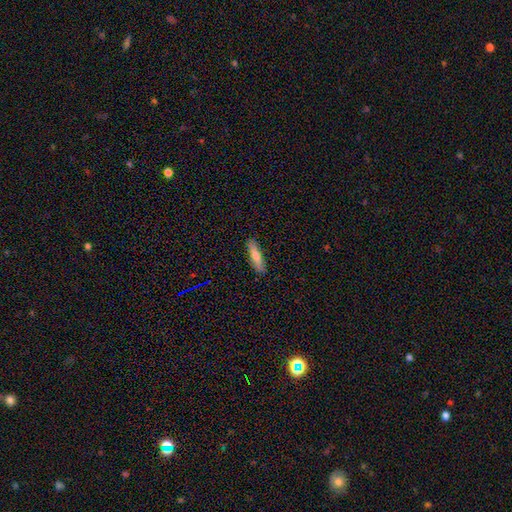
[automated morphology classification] type=smooth (70%); roundness=cigar-shaped (77%); merging=none (89%).